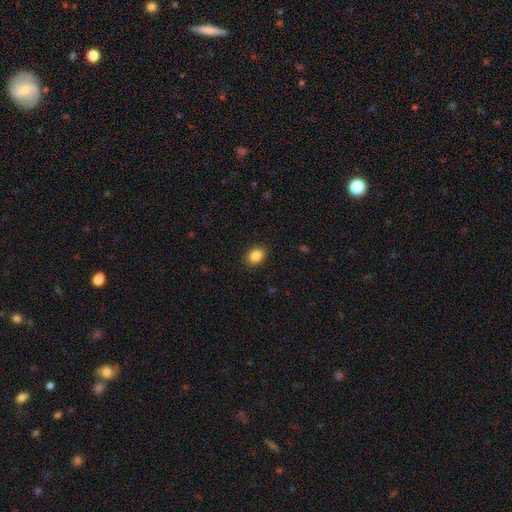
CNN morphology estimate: smooth_or_featured: smooth (p=0.87) [alt: star or artifact p=0.09]
how_rounded: in between (p=0.64) [alt: round p=0.35]
merging: none (p=0.89) [alt: minor disturbance p=0.08]